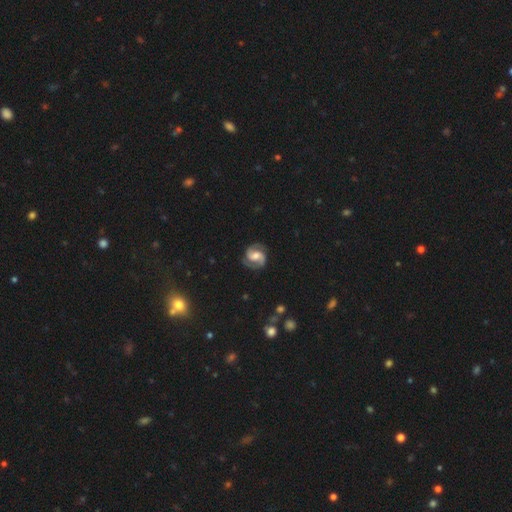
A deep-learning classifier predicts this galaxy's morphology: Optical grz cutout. It shows a featured or disk galaxy (87%) with a weak bar (47%), 2 (93%) medium (55%) spiral arms (97%) and a moderate central bulge (58%). Merging: none (84%).